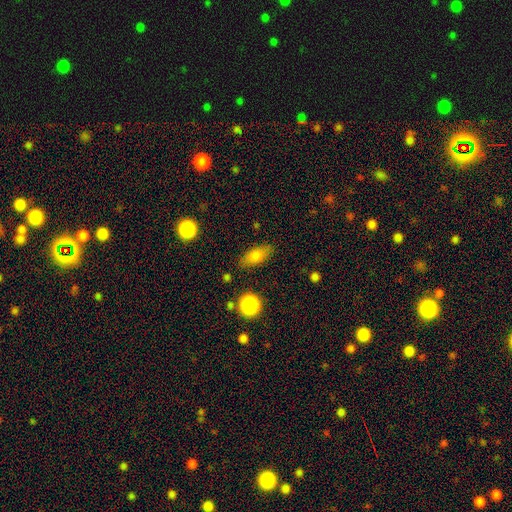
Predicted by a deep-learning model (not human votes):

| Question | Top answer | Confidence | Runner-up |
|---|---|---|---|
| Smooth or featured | smooth | 77% | featured or disk (13%) |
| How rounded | in between | 78% | cigar-shaped (16%) |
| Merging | none | 82% | minor disturbance (12%) |